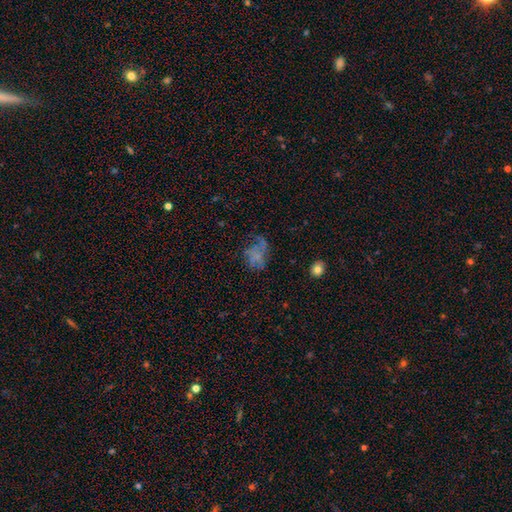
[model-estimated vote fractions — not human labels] Overall: smooth (46%; featured or disk 35%). Merging: none (43%; major disturbance 31%).